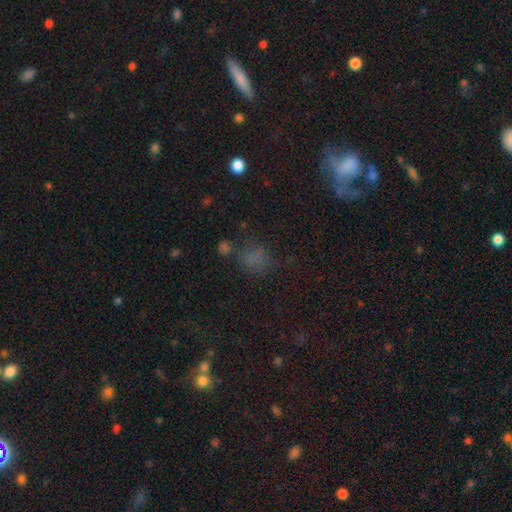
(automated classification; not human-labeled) Overall: smooth (58%; star or artifact 29%). How rounded: round (61%; in between 37%). Merging: none (59%).